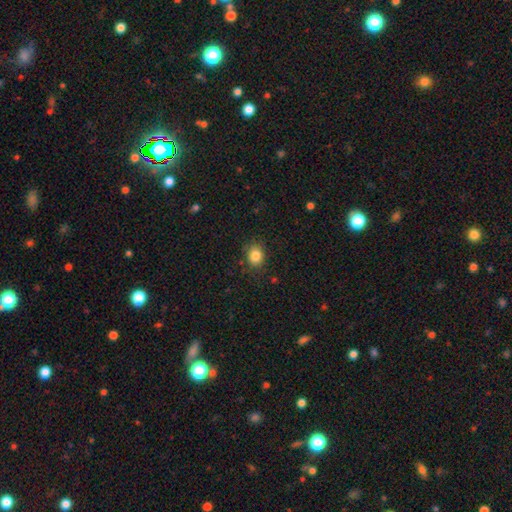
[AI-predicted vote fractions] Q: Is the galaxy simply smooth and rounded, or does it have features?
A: smooth — 84%.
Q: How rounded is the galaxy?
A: round — 61%.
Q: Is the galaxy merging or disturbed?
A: none — 82%.